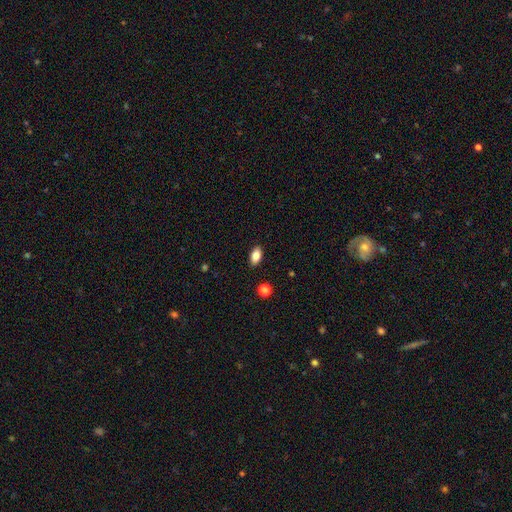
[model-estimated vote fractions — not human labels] Smooth or featured: smooth — 85% (star or artifact — 8%)
How rounded: in between — 91% (round — 6%)
Merging: none — 88% (minor disturbance — 8%)